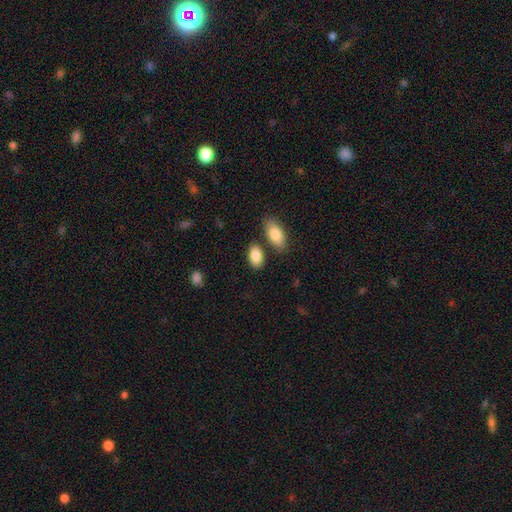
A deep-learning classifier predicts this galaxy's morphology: Overall: smooth (87%). How rounded: in between (92%). Merging: none (74%).